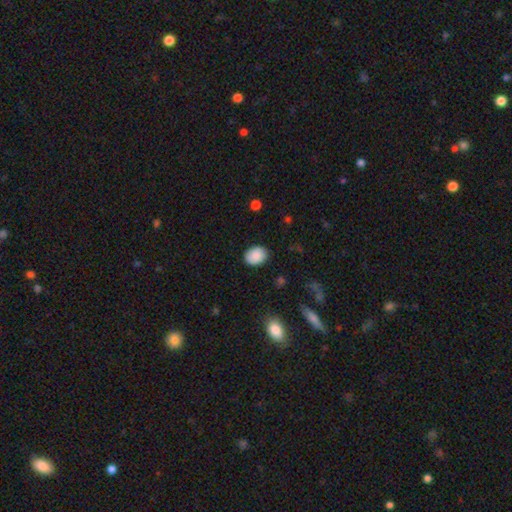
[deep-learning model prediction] smooth_or_featured: smooth (p=0.89) [alt: star or artifact p=0.07]
how_rounded: in between (p=0.62) [alt: round p=0.37]
merging: none (p=0.87) [alt: minor disturbance p=0.10]